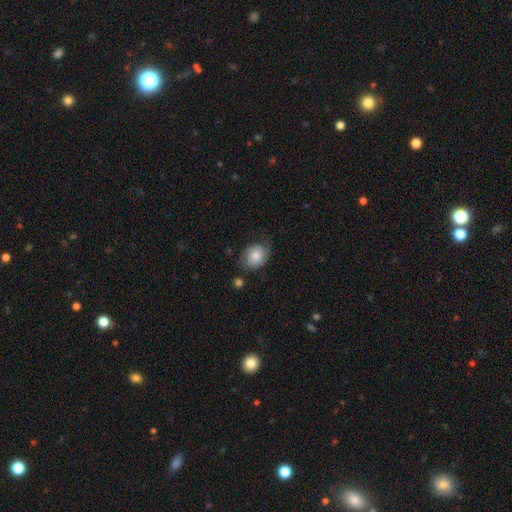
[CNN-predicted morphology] type=smooth (66%); roundness=in between (55%); merging=none (61%).